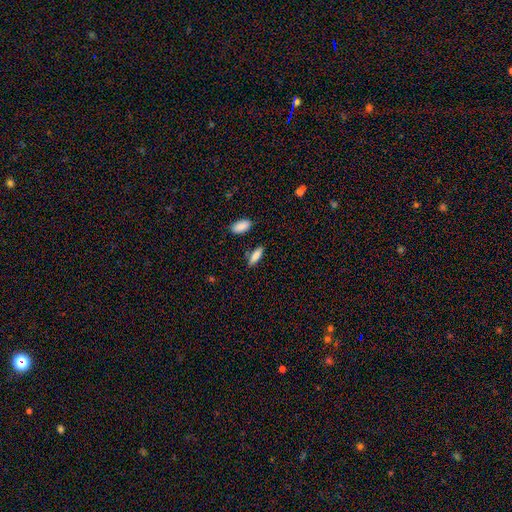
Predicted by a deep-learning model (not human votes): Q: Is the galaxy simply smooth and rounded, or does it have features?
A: smooth — 82%.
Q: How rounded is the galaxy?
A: in between — 56%.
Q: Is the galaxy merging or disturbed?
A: none — 82%.